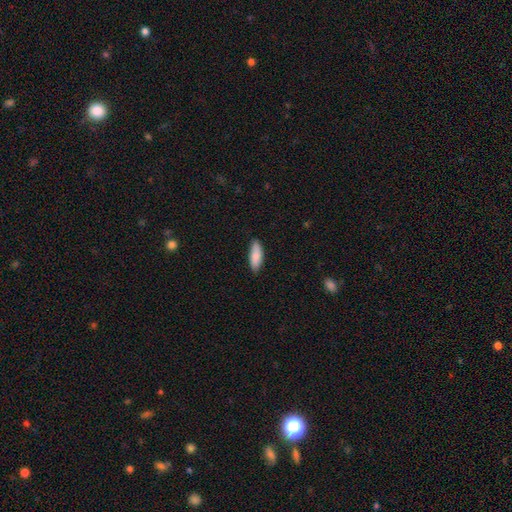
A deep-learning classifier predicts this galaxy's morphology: Smooth or featured?
  - smooth: 85% *
  - featured or disk: 9%
  - star or artifact: 6%
How rounded?
  - in between: 61% *
  - cigar-shaped: 37%
  - round: 2%
Merging?
  - none: 85% *
  - minor disturbance: 12%
  - major disturbance: 2%
  - merger: 1%